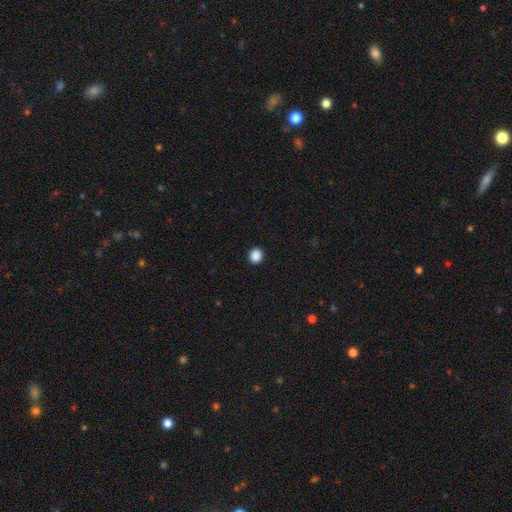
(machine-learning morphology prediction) smooth-or-featured: smooth: 88% | star or artifact: 10% | featured or disk: 2%
  how-rounded: round: 85% | in between: 14% | cigar-shaped: 1%
  merging: none: 93% | minor disturbance: 5% | major disturbance: 2% | merger: 1%